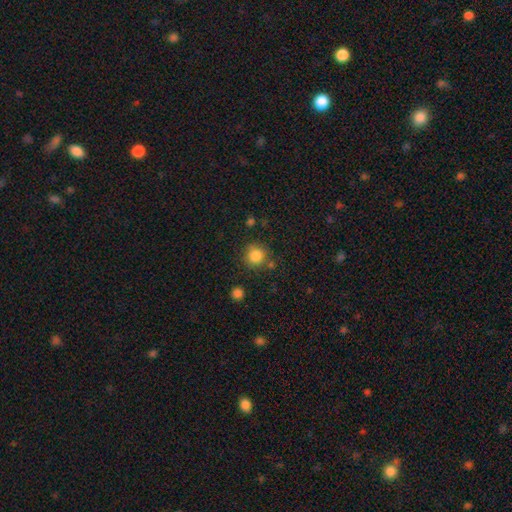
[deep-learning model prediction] Smooth or featured? smooth (84%)
How rounded? round (91%)
Merging? none (80%)